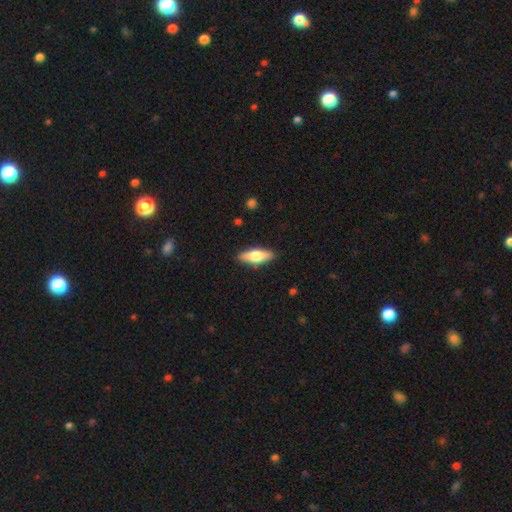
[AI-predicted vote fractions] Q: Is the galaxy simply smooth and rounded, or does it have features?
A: smooth — 64%.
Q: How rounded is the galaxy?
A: in between — 60%.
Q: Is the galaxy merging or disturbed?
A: none — 88%.